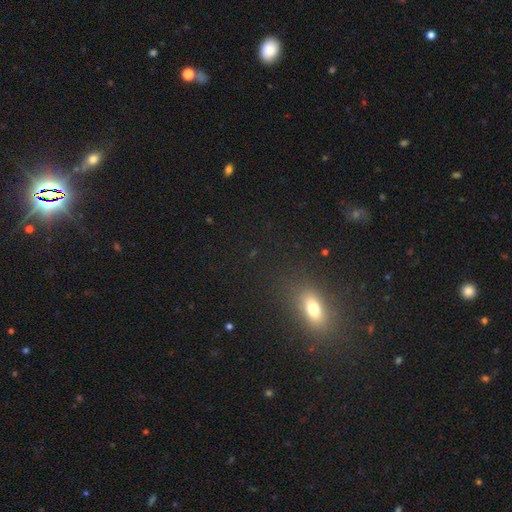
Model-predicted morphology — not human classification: smooth_or_featured: smooth (p=0.53) [alt: star or artifact p=0.34]
how_rounded: in between (p=0.66) [alt: round p=0.23]
merging: none (p=0.86) [alt: minor disturbance p=0.08]